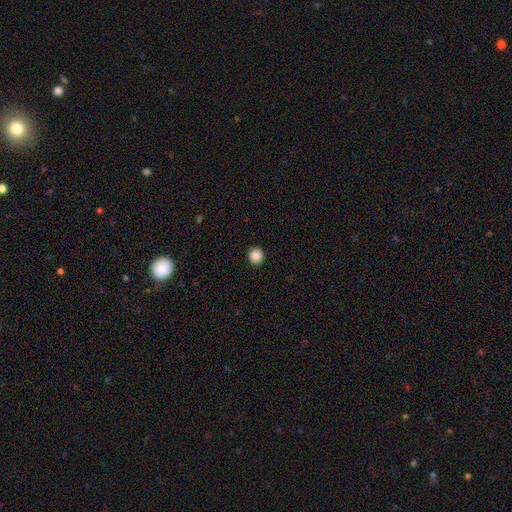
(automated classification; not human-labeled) This is clearly a smooth galaxy (88%). How rounded: clearly round (93%). Merging: clearly none (92%).